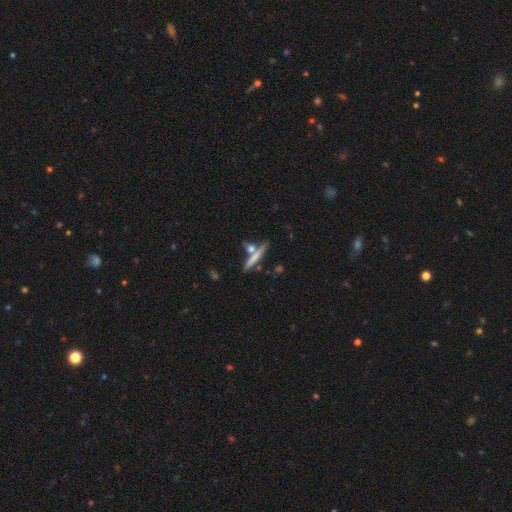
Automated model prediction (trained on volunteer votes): Overall: smooth (58%; featured or disk 35%). How rounded: cigar-shaped (89%). Merging: none (66%).